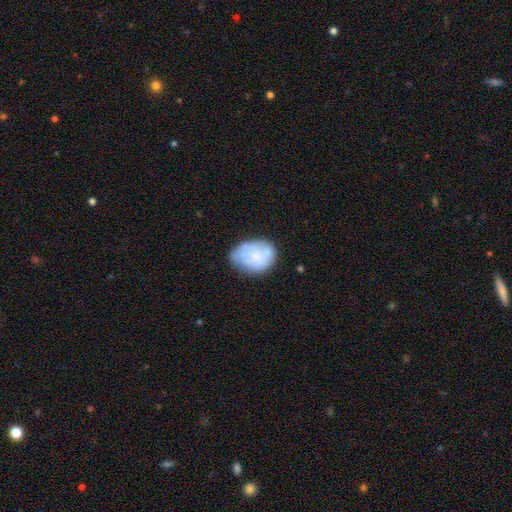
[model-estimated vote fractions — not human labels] A smooth galaxy with no disk features (62%) that is in between round and cigar-shaped (67%).

Vote fractions:
- Smooth or featured? smooth: 62% / featured or disk: 30% / star or artifact: 8%
- How rounded? in between: 67% / round: 32% / cigar-shaped: 1%
- Merging? none: 49% / minor disturbance: 35% / major disturbance: 11% / merger: 5%